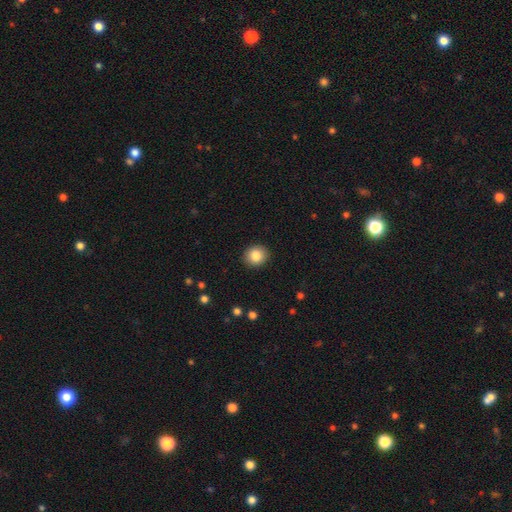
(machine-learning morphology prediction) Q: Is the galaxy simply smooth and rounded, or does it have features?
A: smooth — 85%.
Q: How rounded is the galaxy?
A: round — 79%.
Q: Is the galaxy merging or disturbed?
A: none — 91%.